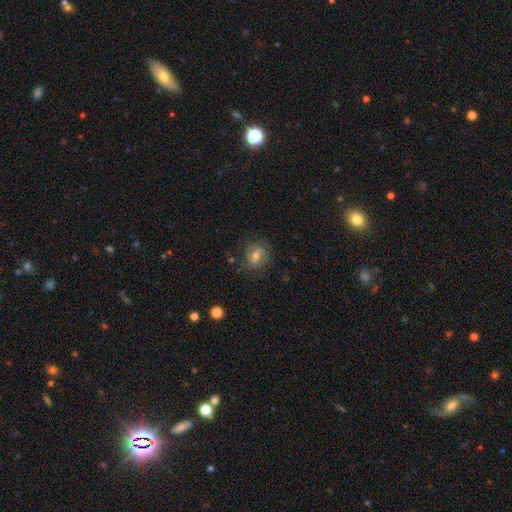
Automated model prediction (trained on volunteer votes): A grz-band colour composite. It shows a featured or disk galaxy (54%) with a weak bar (45%), spiral arms (75%) and a moderate central bulge (65%). Merging: none (74%).